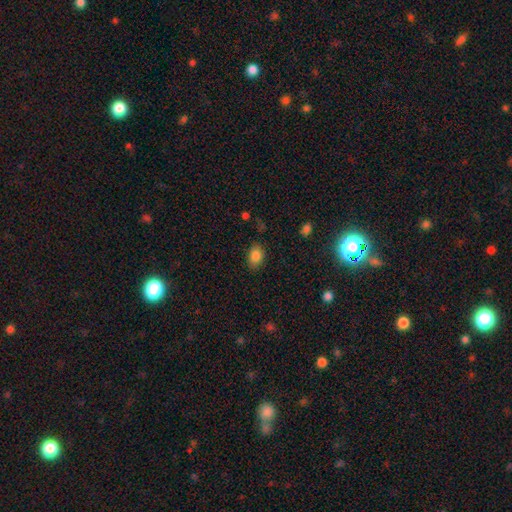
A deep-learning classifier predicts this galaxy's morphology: This appears to be a smooth galaxy with no disk features (84%) that is in between round and cigar-shaped (77%). Merging: none (85%).